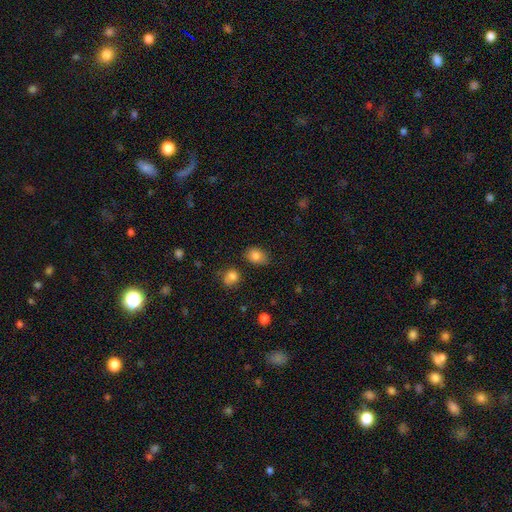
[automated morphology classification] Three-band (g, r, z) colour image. It shows a smooth galaxy with no disk features (82%) that is in between round and cigar-shaped (68%). Merging: none (73%).